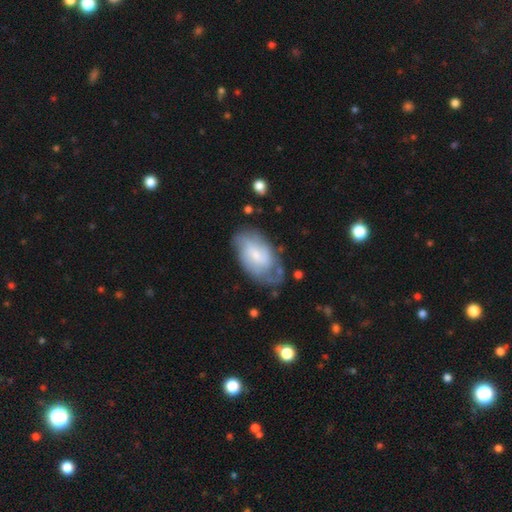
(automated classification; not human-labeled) Smooth or featured? featured or disk (58%)
Edge-on disk? no (95%)
Bar? weak (50%)
Spiral arms? yes (79%)
Bulge size? small (61%)
Merging? none (57%)